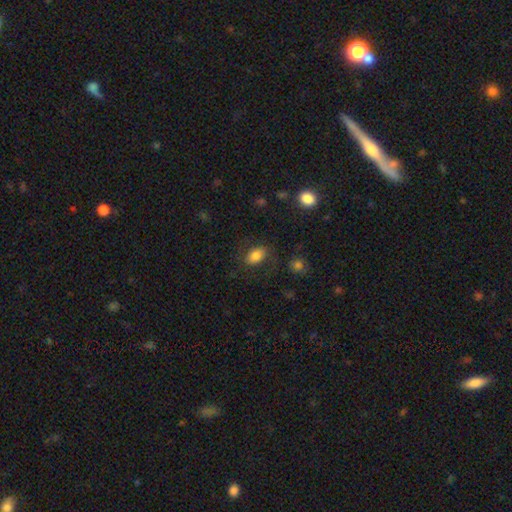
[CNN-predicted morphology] Smooth or featured?
  - smooth: 78% *
  - featured or disk: 12%
  - star or artifact: 9%
How rounded?
  - in between: 84% *
  - round: 14%
  - cigar-shaped: 1%
Merging?
  - none: 75% *
  - minor disturbance: 14%
  - major disturbance: 8%
  - merger: 2%